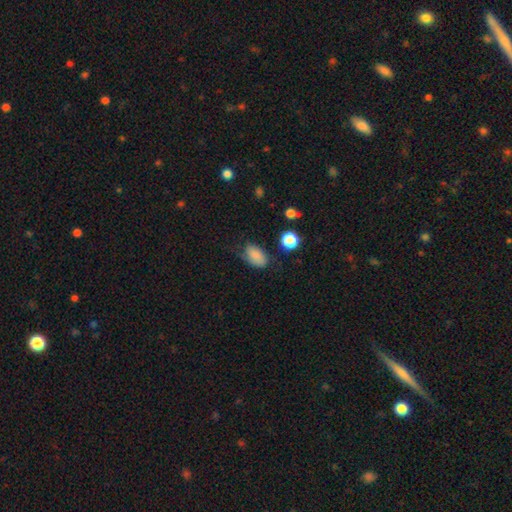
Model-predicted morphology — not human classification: A smooth galaxy with no disk features (80%) that is in between round and cigar-shaped (89%). Merging: none (56%).